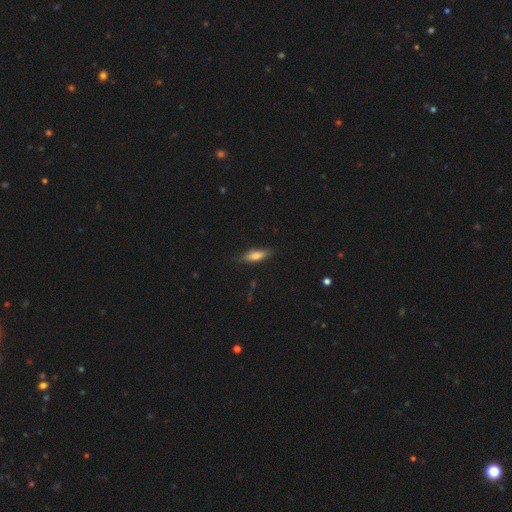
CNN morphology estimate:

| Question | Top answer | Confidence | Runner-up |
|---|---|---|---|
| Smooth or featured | smooth | 76% | featured or disk (17%) |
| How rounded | in between | 54% | cigar-shaped (43%) |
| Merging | none | 81% | minor disturbance (15%) |